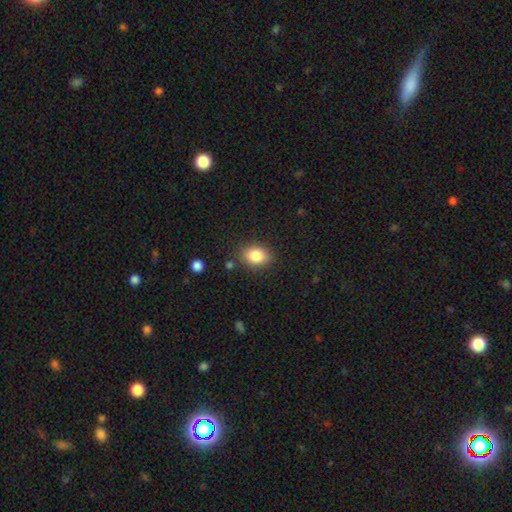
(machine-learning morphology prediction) smooth 85%, star or artifact 8%, featured or disk 6%. Down the decision tree: how rounded — in between (72%); merging — none (83%).